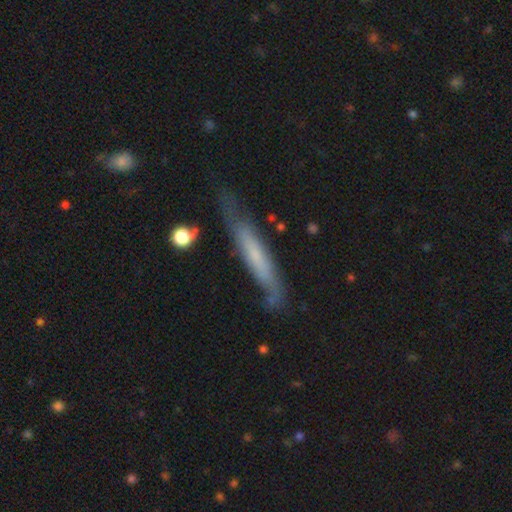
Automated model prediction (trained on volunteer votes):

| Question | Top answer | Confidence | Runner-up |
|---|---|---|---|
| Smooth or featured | featured or disk | 56% | smooth (38%) |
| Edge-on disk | yes | 67% | no (33%) |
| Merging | none | 62% | minor disturbance (25%) |